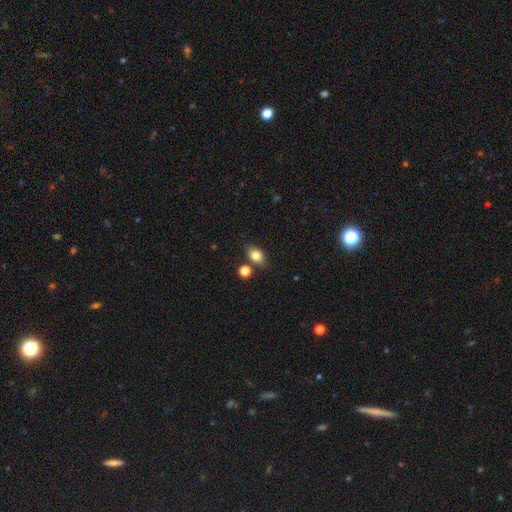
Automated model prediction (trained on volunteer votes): Morphology: type=smooth (79%); roundness=in between (73%); merging=none (73%).